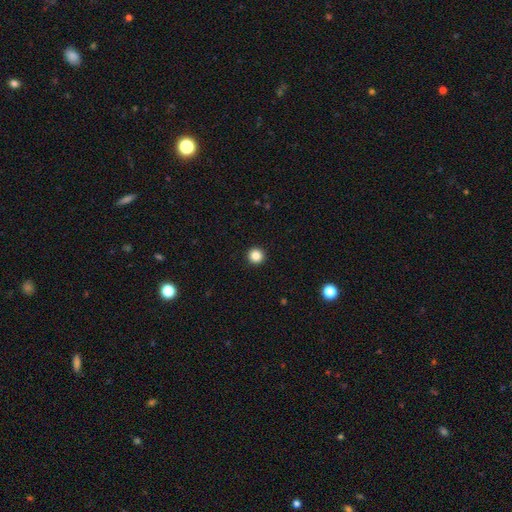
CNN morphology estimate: smooth_or_featured: smooth (p=0.86) [alt: star or artifact p=0.11]
how_rounded: round (p=0.96) [alt: in between p=0.03]
merging: none (p=0.94) [alt: minor disturbance p=0.04]